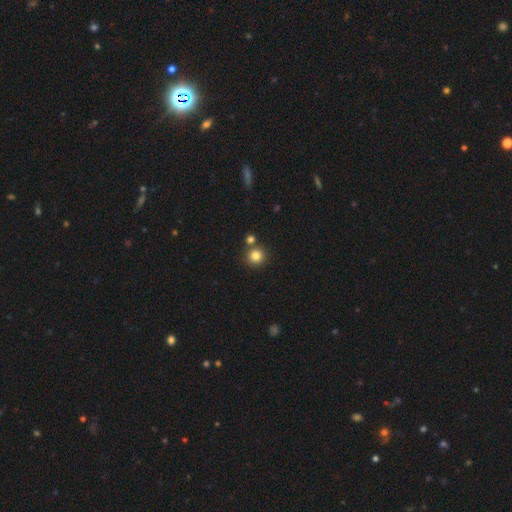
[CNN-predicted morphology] smooth_or_featured: smooth (p=0.83) [alt: star or artifact p=0.12]
how_rounded: round (p=0.93) [alt: in between p=0.06]
merging: none (p=0.76) [alt: merger p=0.15]